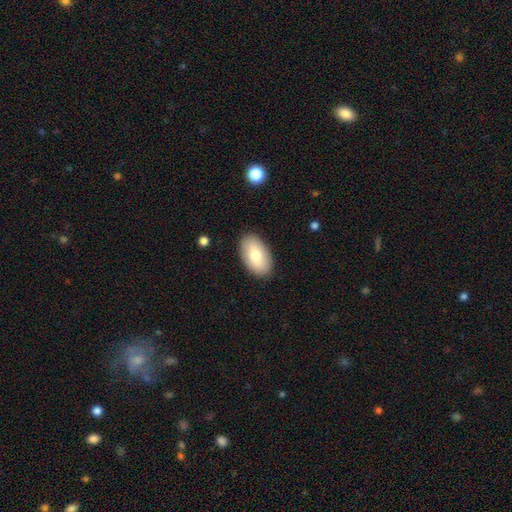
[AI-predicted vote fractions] A smooth galaxy with no disk features (76%) that is in between round and cigar-shaped (95%).

Vote fractions:
- Smooth or featured? smooth: 76% / featured or disk: 18% / star or artifact: 6%
- How rounded? in between: 95% / round: 4% / cigar-shaped: 2%
- Merging? none: 88% / minor disturbance: 9% / major disturbance: 2% / merger: 1%